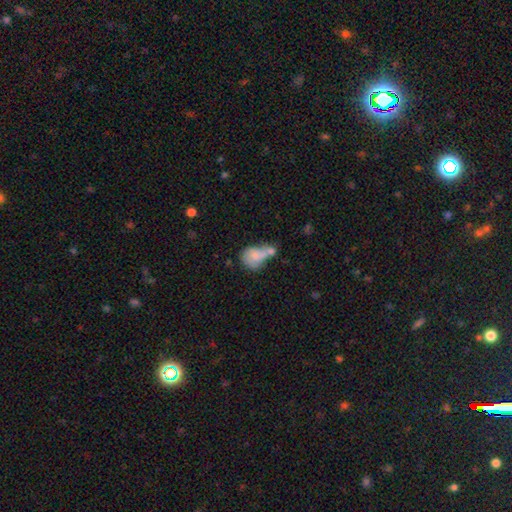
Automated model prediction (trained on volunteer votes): Q: Smooth or featured?
A: smooth (68%); runner-up: featured or disk (23%)
Q: How rounded?
A: in between (57%); runner-up: round (41%)
Q: Merging?
A: merger (55%); runner-up: none (18%)